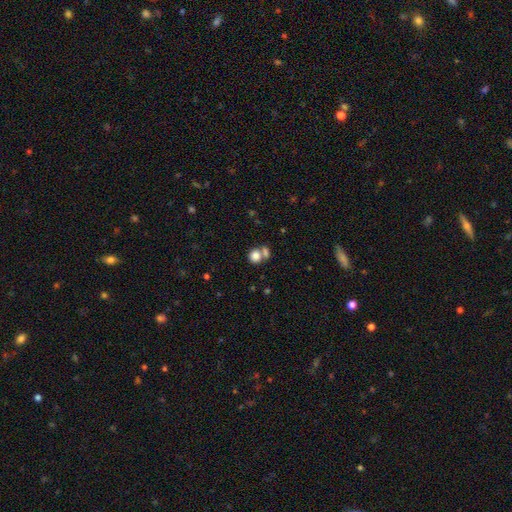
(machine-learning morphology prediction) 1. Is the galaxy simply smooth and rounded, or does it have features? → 81% smooth, 10% star or artifact, 9% featured or disk.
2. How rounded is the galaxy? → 76% round, 23% in between, 1% cigar-shaped.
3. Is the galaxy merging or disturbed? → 44% merger, 43% none, 8% minor disturbance, 4% major disturbance.